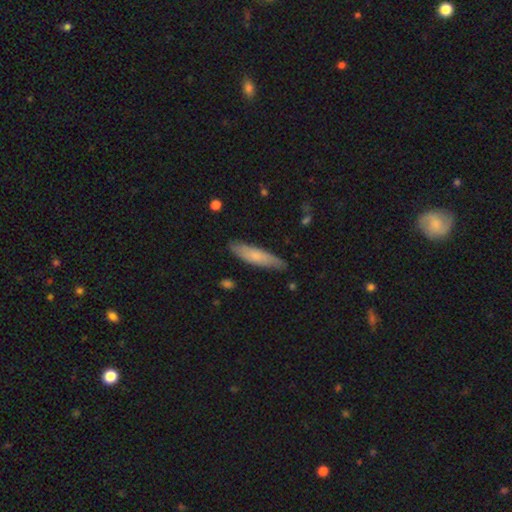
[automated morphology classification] A smooth galaxy with no disk features (72%) that is cigar-shaped (80%). Merging: none (84%).